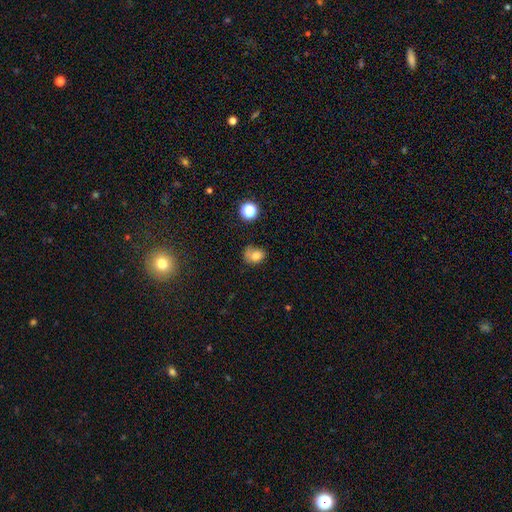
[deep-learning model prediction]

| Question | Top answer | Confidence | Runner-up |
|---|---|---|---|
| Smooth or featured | smooth | 73% | featured or disk (14%) |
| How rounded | in between | 52% | round (46%) |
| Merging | none | 41% | minor disturbance (33%) |